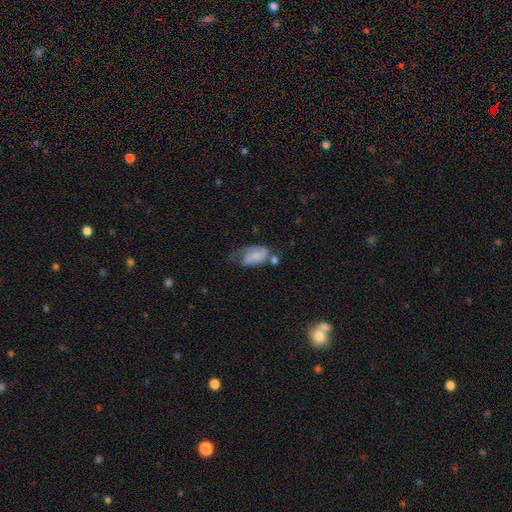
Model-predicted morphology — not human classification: The model was most divided on "merging": major disturbance: 33%, minor disturbance: 29%, none: 24%, merger: 13%. More confident: how rounded — in between (91%); smooth or featured — smooth (61%).